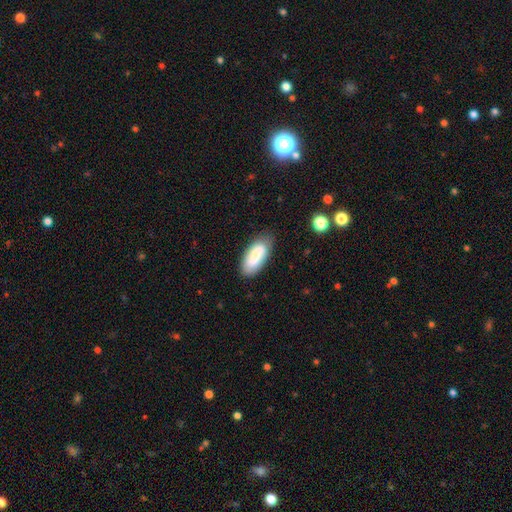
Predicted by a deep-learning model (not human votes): Smooth or featured?
  - smooth: 69% *
  - featured or disk: 24%
  - star or artifact: 7%
How rounded?
  - in between: 88% *
  - cigar-shaped: 10%
  - round: 2%
Merging?
  - none: 74% *
  - minor disturbance: 19%
  - major disturbance: 4%
  - merger: 2%